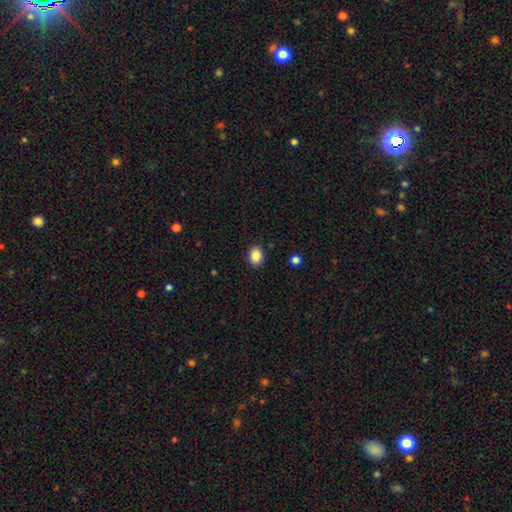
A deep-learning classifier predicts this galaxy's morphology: smooth_or_featured: smooth (p=0.88) [alt: star or artifact p=0.08]
how_rounded: in between (p=0.65) [alt: round p=0.34]
merging: none (p=0.88) [alt: minor disturbance p=0.09]